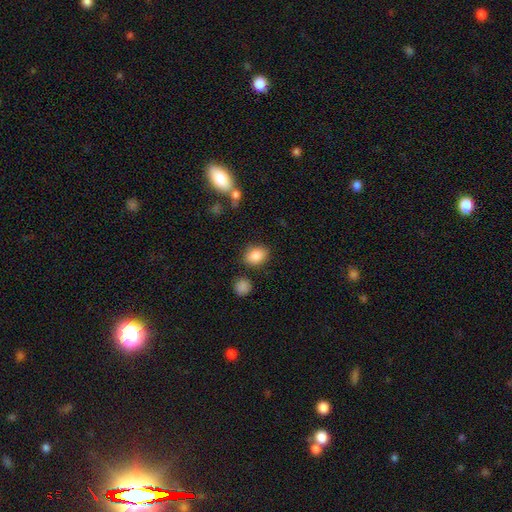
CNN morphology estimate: smooth 86%, star or artifact 9%, featured or disk 6%. Down the decision tree: how rounded — in between (67%); merging — none (80%).